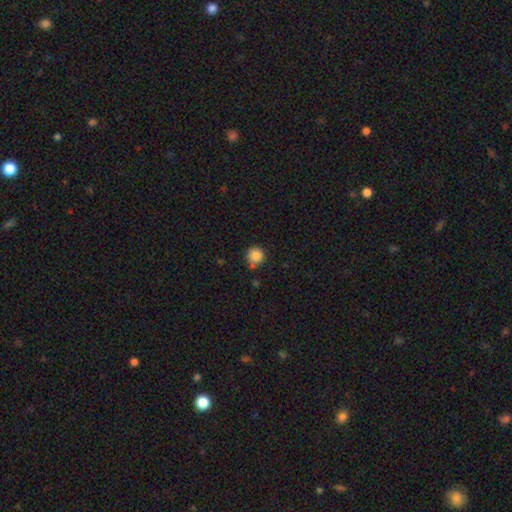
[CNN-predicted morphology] Q: Smooth or featured?
A: smooth (86%); runner-up: star or artifact (10%)
Q: How rounded?
A: round (94%); runner-up: in between (5%)
Q: Merging?
A: none (76%); runner-up: minor disturbance (13%)